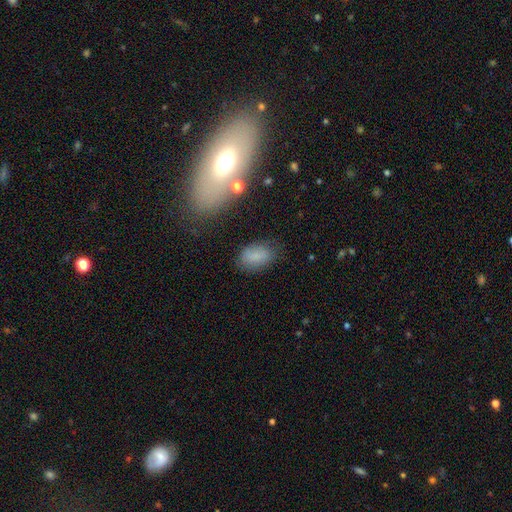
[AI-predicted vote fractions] The model was most divided on "merging": none: 74%, minor disturbance: 18%, major disturbance: 6%, merger: 3%. More confident: how rounded — in between (90%); smooth or featured — smooth (80%).